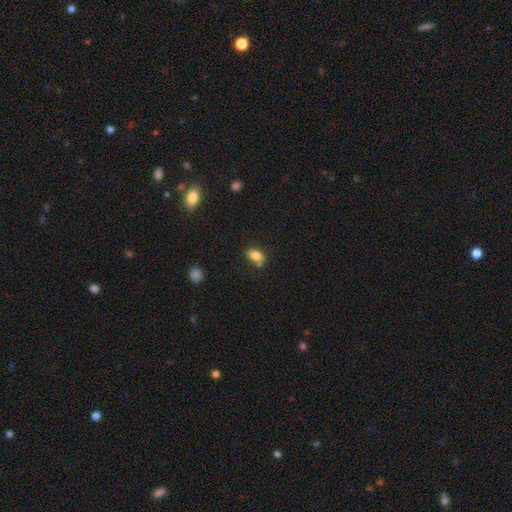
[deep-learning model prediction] Morphology: type=smooth (81%); roundness=in between (80%); merging=none (63%).